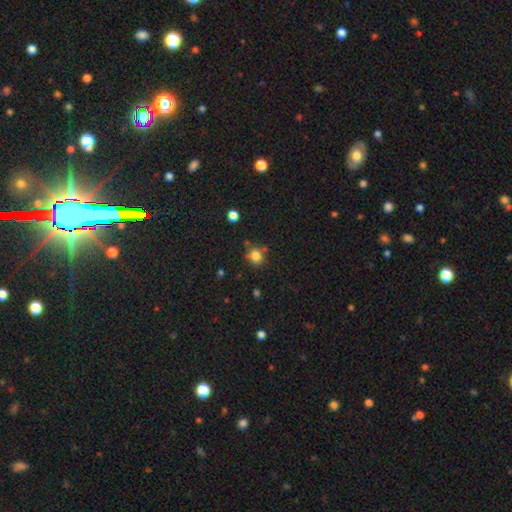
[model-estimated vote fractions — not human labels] smooth 81%, star or artifact 13%, featured or disk 6%. Down the decision tree: how rounded — round (81%); merging — none (73%).